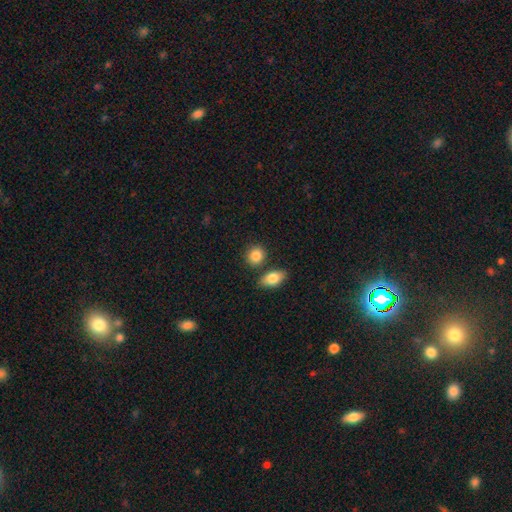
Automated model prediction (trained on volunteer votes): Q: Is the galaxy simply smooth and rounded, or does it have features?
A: smooth — 85%.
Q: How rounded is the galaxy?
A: round — 69%.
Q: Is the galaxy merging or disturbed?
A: none — 74%.